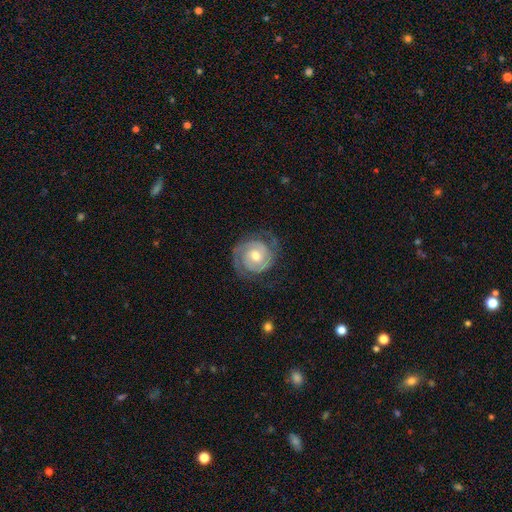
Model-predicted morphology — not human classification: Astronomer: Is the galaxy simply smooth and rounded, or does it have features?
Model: featured or disk — 85%.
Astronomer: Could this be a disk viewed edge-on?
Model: no — 98%.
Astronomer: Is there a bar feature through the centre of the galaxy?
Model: no — 62%.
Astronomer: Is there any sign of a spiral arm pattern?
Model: yes — 96%.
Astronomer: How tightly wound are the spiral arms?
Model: tight — 65%.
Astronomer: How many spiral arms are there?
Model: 2 — 77%.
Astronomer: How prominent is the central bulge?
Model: moderate — 64%.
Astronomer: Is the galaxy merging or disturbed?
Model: none — 74%.